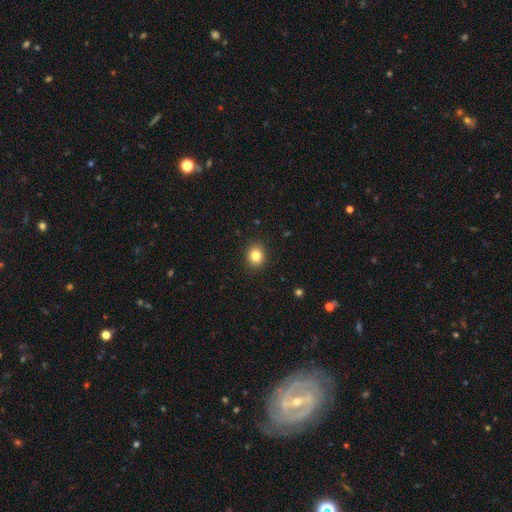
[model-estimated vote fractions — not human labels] smooth_or_featured: smooth (p=0.83) [alt: star or artifact p=0.11]
how_rounded: round (p=0.73) [alt: in between p=0.26]
merging: none (p=0.91) [alt: minor disturbance p=0.06]